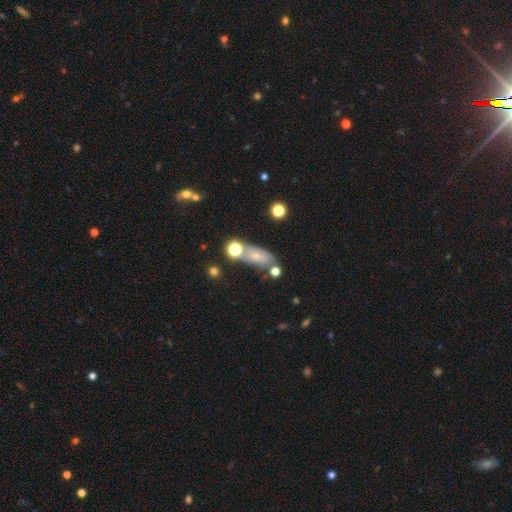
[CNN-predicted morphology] Smooth or featured? Predicted: smooth (p=0.61). How rounded? Predicted: in between (p=0.72). Merging? Predicted: none (p=0.55).